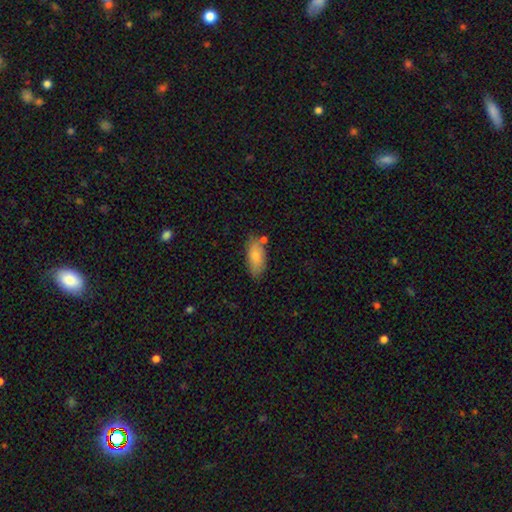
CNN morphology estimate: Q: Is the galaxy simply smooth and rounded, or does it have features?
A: smooth — 80%.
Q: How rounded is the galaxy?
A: in between — 87%.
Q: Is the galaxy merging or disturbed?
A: none — 69%.